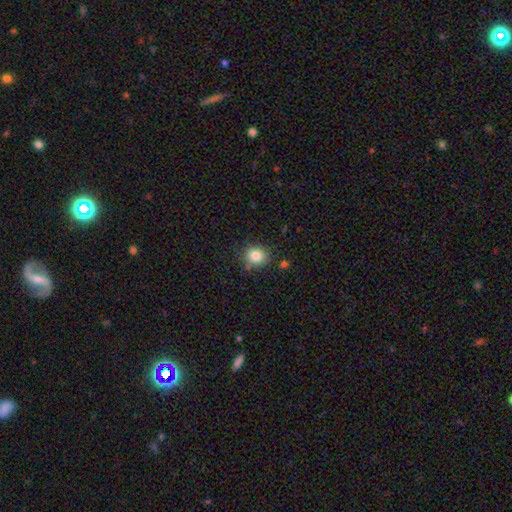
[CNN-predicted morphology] type=smooth (83%); roundness=round (81%); merging=none (80%).